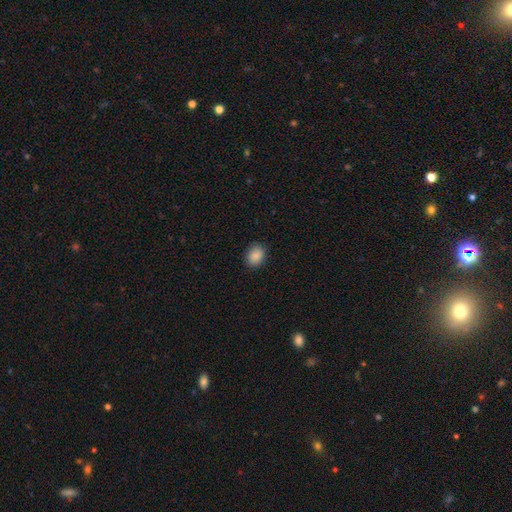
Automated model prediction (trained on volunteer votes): smooth_or_featured: smooth (p=0.89) [alt: star or artifact p=0.08]
how_rounded: in between (p=0.59) [alt: round p=0.40]
merging: none (p=0.88) [alt: minor disturbance p=0.09]